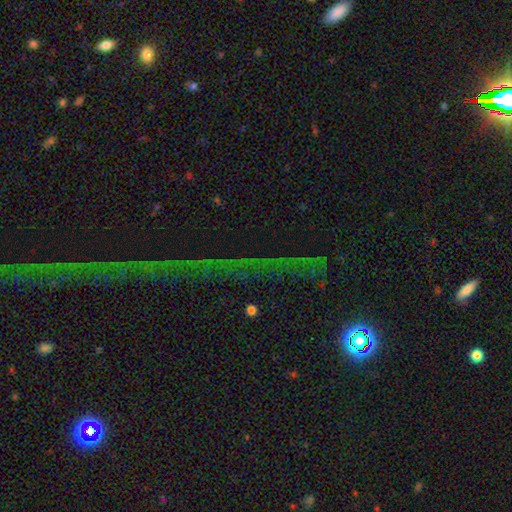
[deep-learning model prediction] smooth-or-featured: star or artifact: 73% | featured or disk: 14% | smooth: 13%